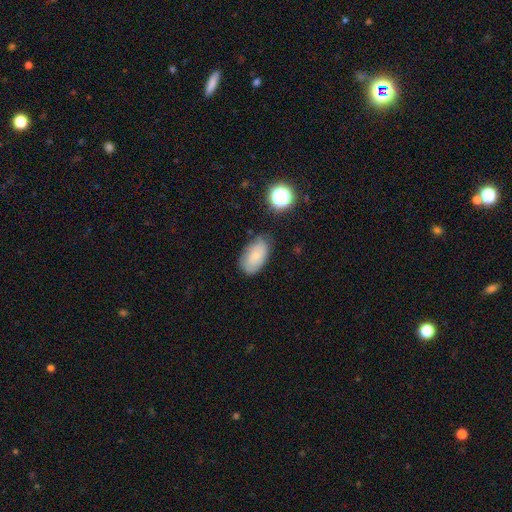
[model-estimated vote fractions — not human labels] smooth-or-featured: smooth: 74% | featured or disk: 16% | star or artifact: 10%
  how-rounded: in between: 92% | round: 6% | cigar-shaped: 2%
  merging: none: 67% | minor disturbance: 24% | major disturbance: 6% | merger: 3%